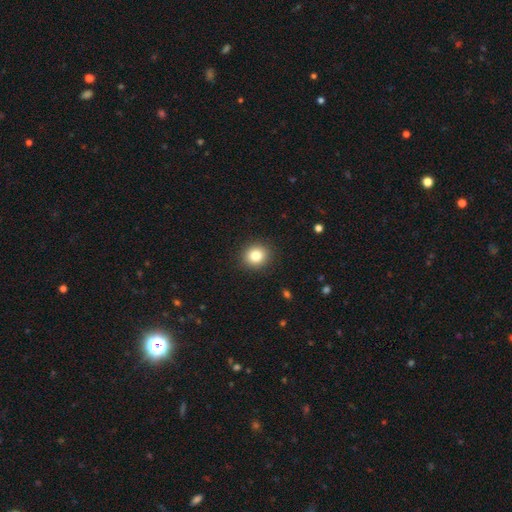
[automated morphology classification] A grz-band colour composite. It shows a smooth galaxy with no disk features (83%) that is round (86%). Merging: none (91%).